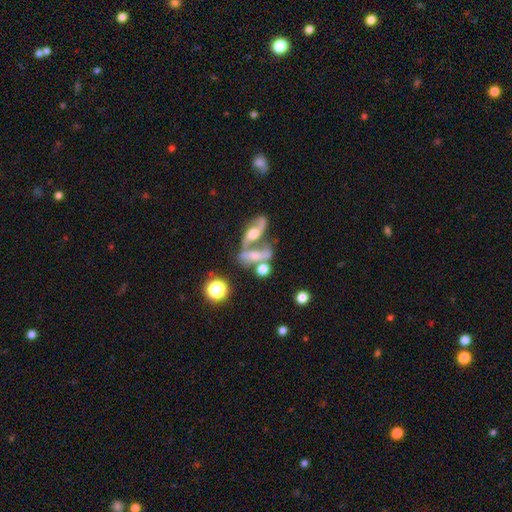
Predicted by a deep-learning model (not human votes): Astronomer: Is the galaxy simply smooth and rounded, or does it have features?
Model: featured or disk — 57%.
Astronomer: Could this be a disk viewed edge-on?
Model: no — 86%.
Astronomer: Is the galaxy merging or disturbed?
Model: merger — 54%.